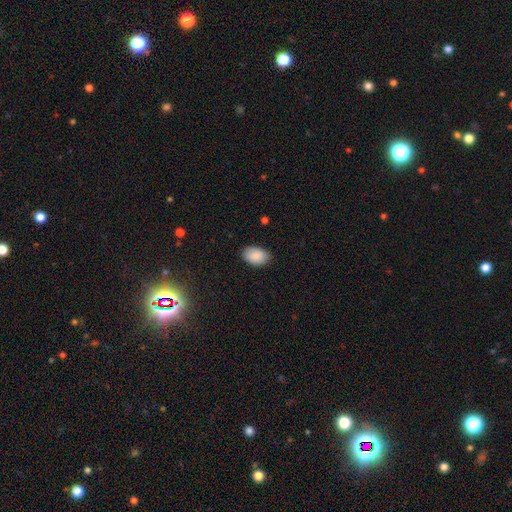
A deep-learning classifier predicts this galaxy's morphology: Overall: smooth (89%). How rounded: in between (89%). Merging: none (84%).